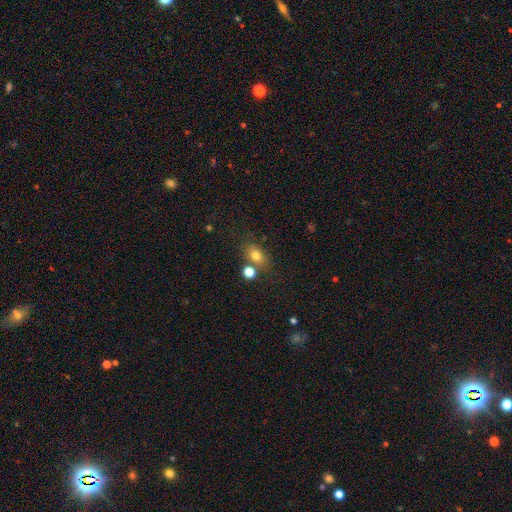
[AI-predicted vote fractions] A smooth galaxy with no disk features (77%) that is in between round and cigar-shaped (67%). Merging: none (65%).